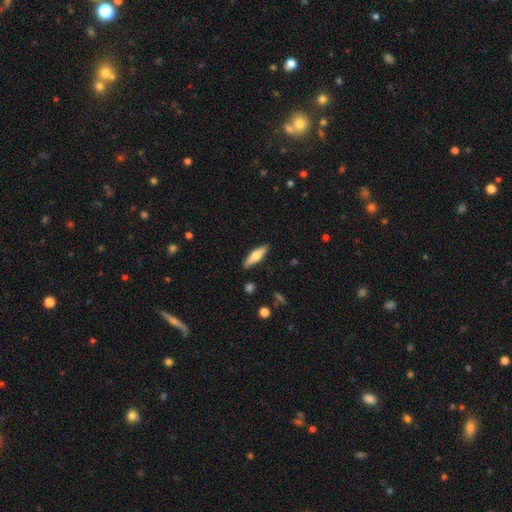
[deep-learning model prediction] Smooth or featured? smooth (59%)
How rounded? cigar-shaped (60%)
Merging? none (87%)